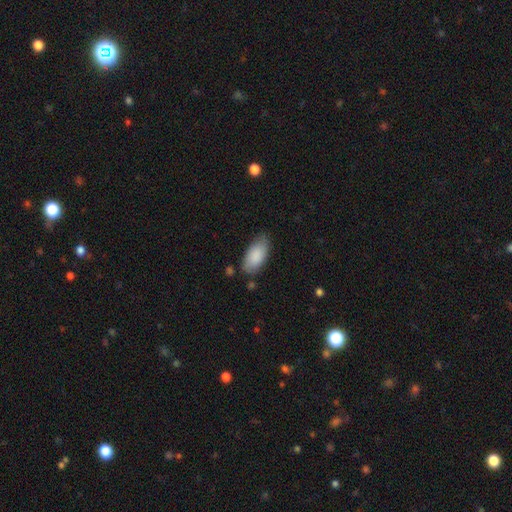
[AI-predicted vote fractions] Smooth or featured: smooth — 87% (featured or disk — 7%)
How rounded: in between — 92% (cigar-shaped — 6%)
Merging: none — 74% (minor disturbance — 19%)